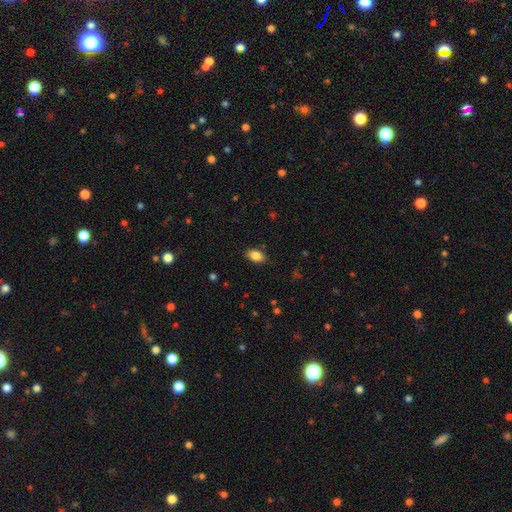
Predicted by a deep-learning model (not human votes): This appears to be a smooth galaxy with no disk features (86%) that is in between round and cigar-shaped (89%). Merging: none (86%).